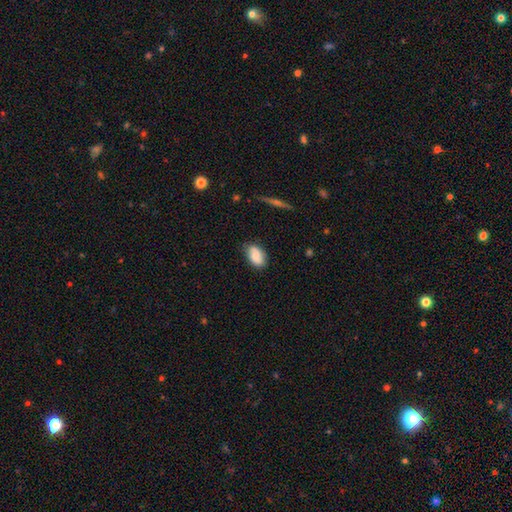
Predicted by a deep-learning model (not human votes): Overall: smooth (80%). How rounded: in between (91%). Merging: none (74%).